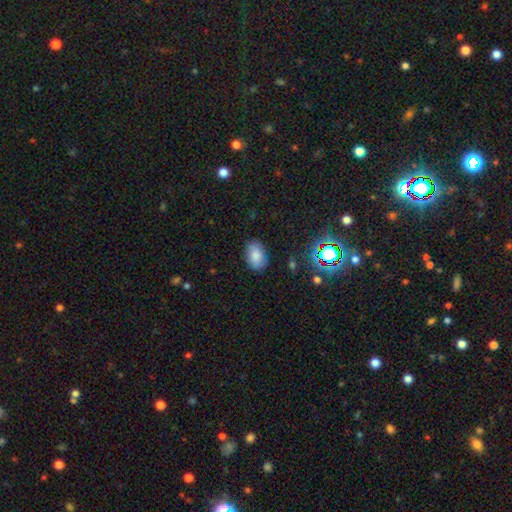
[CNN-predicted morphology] smooth_or_featured: smooth (p=0.83) [alt: star or artifact p=0.10]
how_rounded: in between (p=0.88) [alt: round p=0.11]
merging: none (p=0.84) [alt: minor disturbance p=0.12]